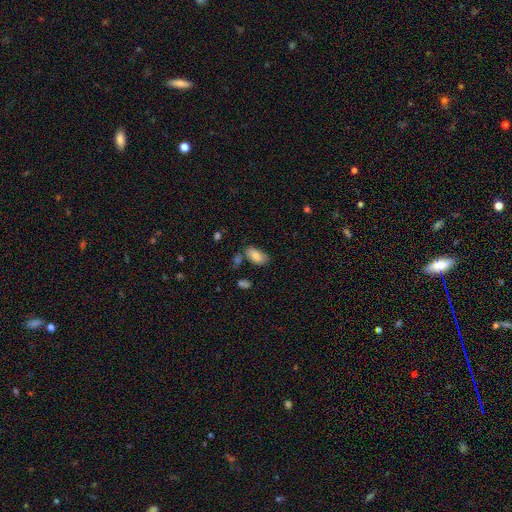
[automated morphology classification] Smooth or featured? Predicted: smooth (p=0.79). How rounded? Predicted: in between (p=0.93). Merging? Predicted: none (p=0.66).